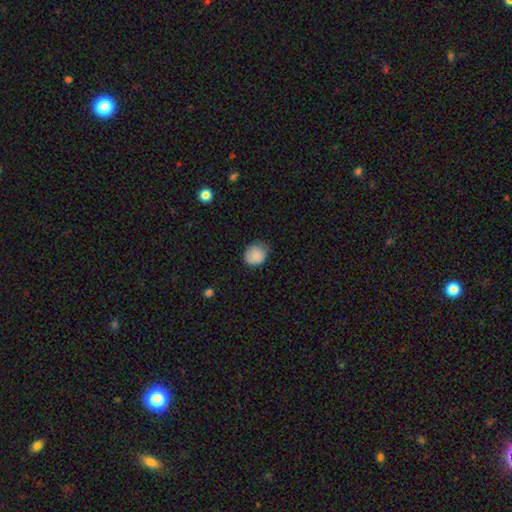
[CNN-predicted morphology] A smooth galaxy with no disk features (88%) that is round (74%).

Vote fractions:
- Smooth or featured? smooth: 88% / star or artifact: 8% / featured or disk: 4%
- How rounded? round: 74% / in between: 26% / cigar-shaped: 1%
- Merging? none: 71% / minor disturbance: 24% / major disturbance: 4% / merger: 1%